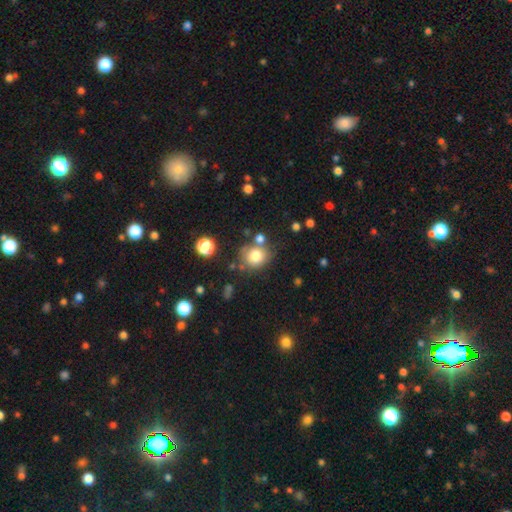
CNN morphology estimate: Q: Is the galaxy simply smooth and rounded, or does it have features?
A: smooth — 78%.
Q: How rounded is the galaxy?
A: round — 76%.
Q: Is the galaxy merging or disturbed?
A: none — 66%.